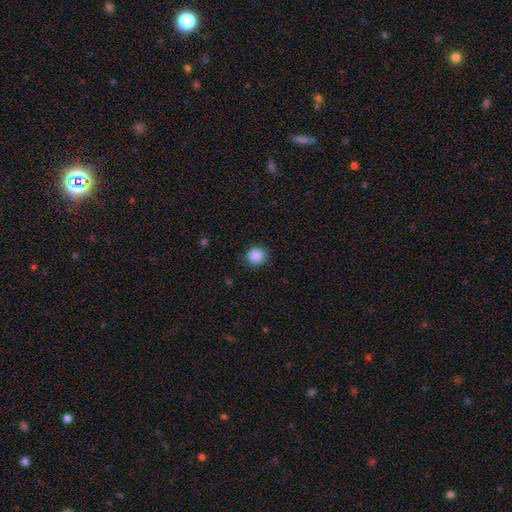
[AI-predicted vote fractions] The model was most divided on "merging": none: 86%, minor disturbance: 10%, major disturbance: 3%, merger: 1%. More confident: how rounded — round (89%); smooth or featured — smooth (88%).